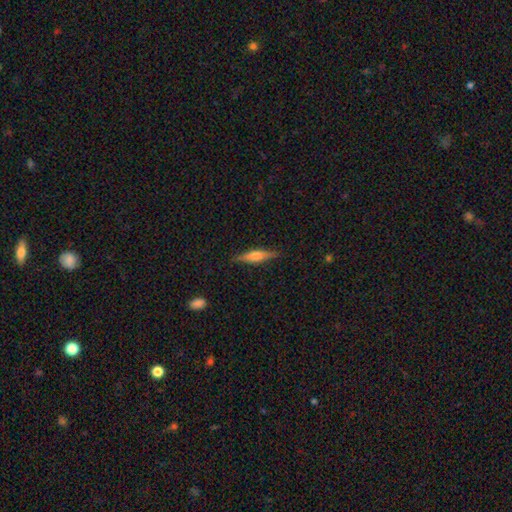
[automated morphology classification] Smooth or featured?
  - featured or disk: 51% *
  - smooth: 42%
  - star or artifact: 7%
Edge-on disk?
  - yes: 95% *
  - no: 5%
Merging?
  - none: 87% *
  - minor disturbance: 10%
  - major disturbance: 2%
  - merger: 1%